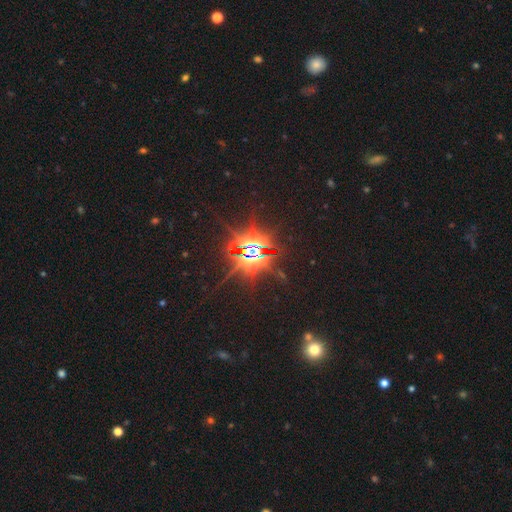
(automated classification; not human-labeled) smooth-or-featured: star or artifact: 83% | featured or disk: 10% | smooth: 7%